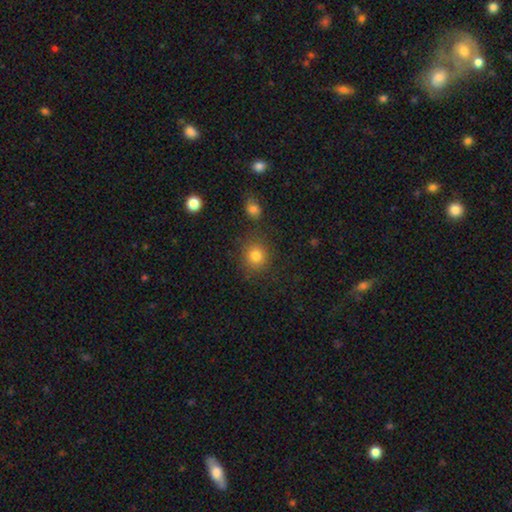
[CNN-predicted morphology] smooth-or-featured: smooth: 81% | star or artifact: 13% | featured or disk: 6%
  how-rounded: round: 86% | in between: 13% | cigar-shaped: 1%
  merging: none: 81% | minor disturbance: 9% | merger: 6% | major disturbance: 4%